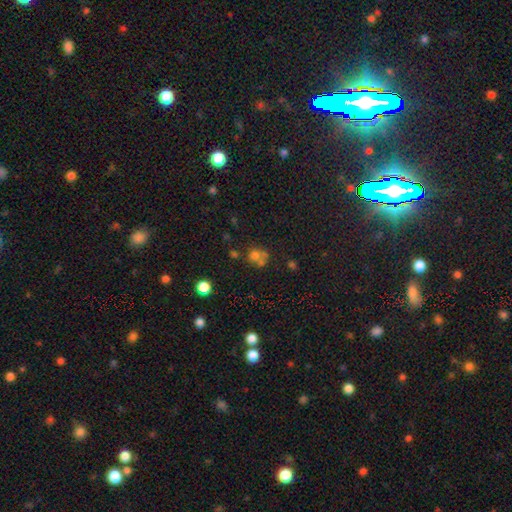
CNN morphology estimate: The model was most divided on "merging": merger: 45%, none: 38%, minor disturbance: 11%, major disturbance: 7%. More confident: how rounded — round (77%); smooth or featured — smooth (64%).